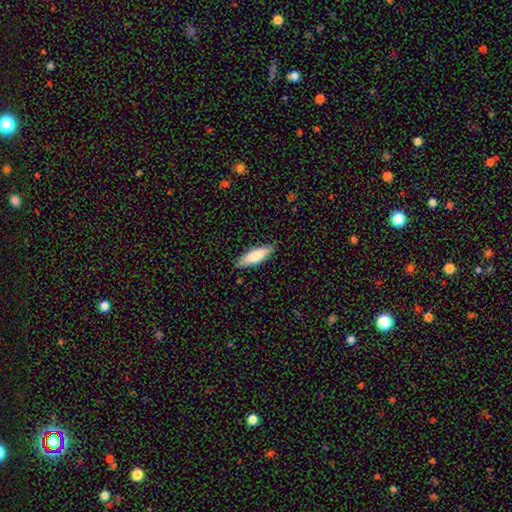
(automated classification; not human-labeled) smooth_or_featured: smooth (p=0.76) [alt: featured or disk p=0.18]
how_rounded: cigar-shaped (p=0.51) [alt: in between p=0.48]
merging: none (p=0.86) [alt: minor disturbance p=0.11]